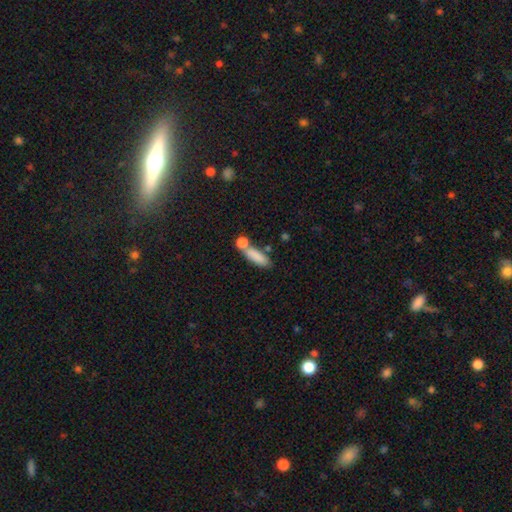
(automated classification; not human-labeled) Smooth or featured: smooth — 83% (featured or disk — 9%)
How rounded: in between — 59% (cigar-shaped — 37%)
Merging: none — 48% (merger — 33%)